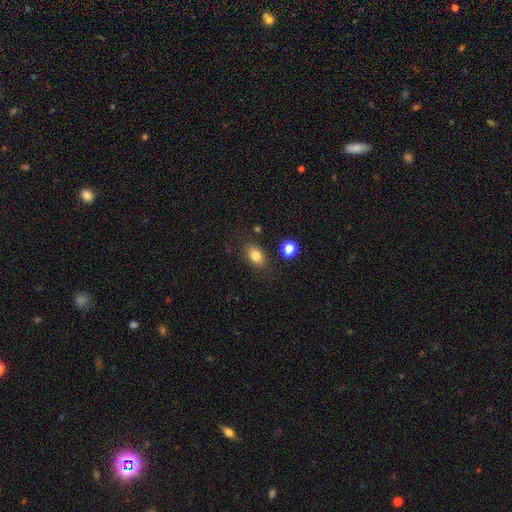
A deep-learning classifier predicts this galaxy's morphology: Smooth or featured?
  - smooth: 82% *
  - star or artifact: 10%
  - featured or disk: 8%
How rounded?
  - in between: 74% *
  - round: 25%
  - cigar-shaped: 1%
Merging?
  - none: 80% *
  - minor disturbance: 12%
  - major disturbance: 4%
  - merger: 4%